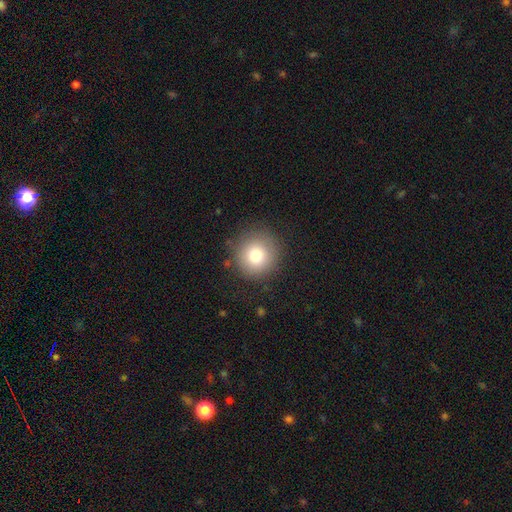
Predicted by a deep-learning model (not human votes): Overall: smooth (79%). How rounded: round (94%). Merging: none (86%).